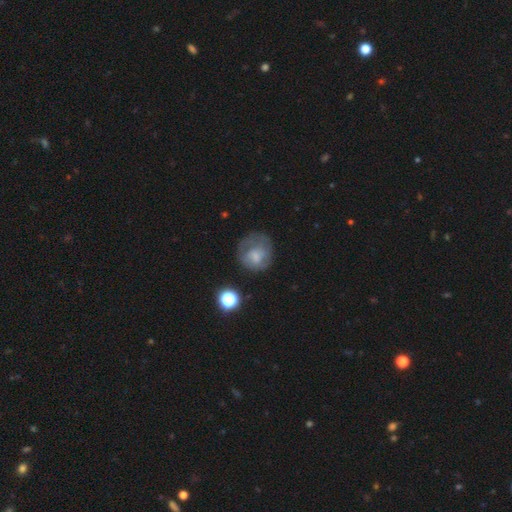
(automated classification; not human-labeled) A smooth galaxy with no disk features (54%) that is round (77%). Merging: none (49%).